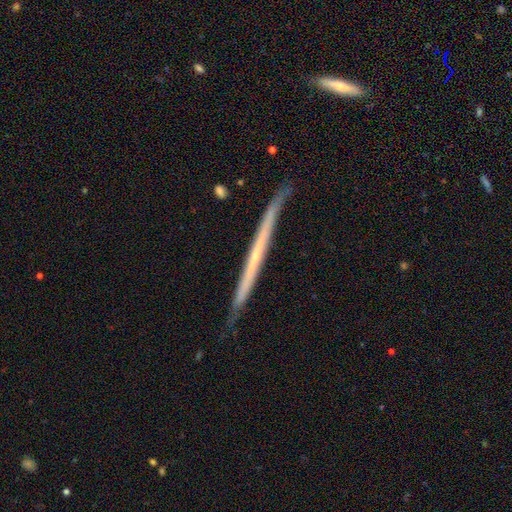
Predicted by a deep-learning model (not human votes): Q: Smooth or featured?
A: featured or disk (71%); runner-up: smooth (23%)
Q: Edge-on disk?
A: yes (97%); runner-up: no (3%)
Q: Edge-on bulge?
A: none (75%); runner-up: rounded (21%)
Q: Merging?
A: none (83%); runner-up: minor disturbance (13%)